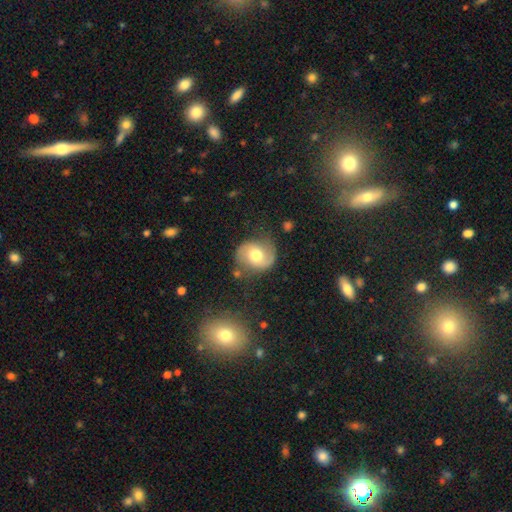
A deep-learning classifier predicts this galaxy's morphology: Q: Smooth or featured?
A: featured or disk (65%); runner-up: smooth (28%)
Q: Edge-on disk?
A: no (97%); runner-up: yes (3%)
Q: Bar?
A: no (59%); runner-up: weak (32%)
Q: Spiral arms?
A: yes (85%); runner-up: no (15%)
Q: Spiral winding?
A: medium (48%); runner-up: loose (30%)
Q: Spiral arm count?
A: 2 (87%); runner-up: can't tell (6%)
Q: Bulge size?
A: moderate (68%); runner-up: large (24%)
Q: Merging?
A: none (70%); runner-up: minor disturbance (19%)